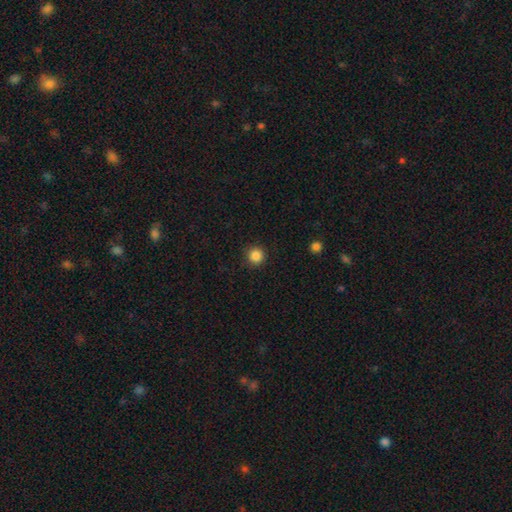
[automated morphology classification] Q: Smooth or featured?
A: smooth (86%); runner-up: star or artifact (11%)
Q: How rounded?
A: round (95%); runner-up: in between (4%)
Q: Merging?
A: none (92%); runner-up: minor disturbance (5%)